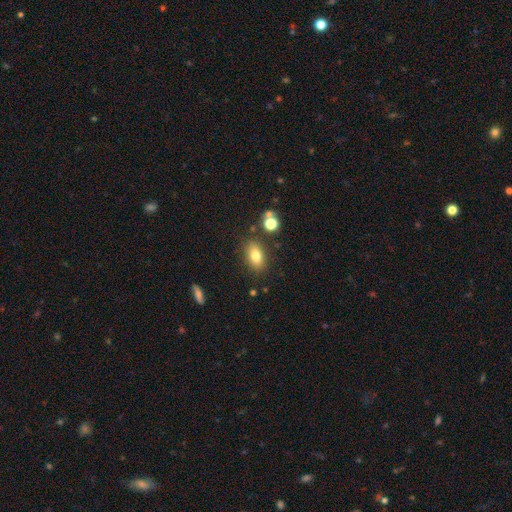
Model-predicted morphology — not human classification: smooth 79%, featured or disk 11%, star or artifact 10%. Down the decision tree: how rounded — in between (84%); merging — none (81%).